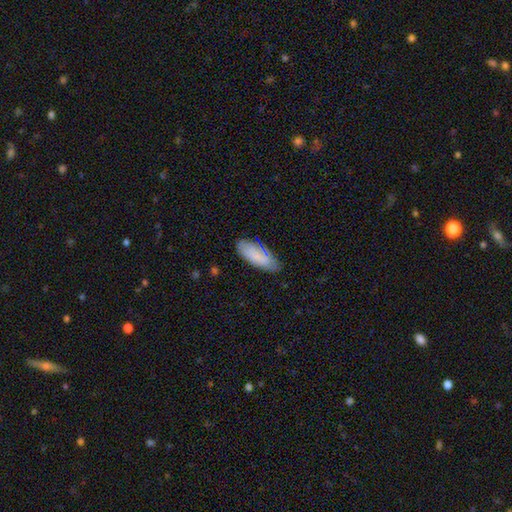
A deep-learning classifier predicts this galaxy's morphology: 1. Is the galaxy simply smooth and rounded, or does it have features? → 73% smooth, 20% featured or disk, 7% star or artifact.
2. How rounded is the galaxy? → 74% in between, 24% cigar-shaped, 2% round.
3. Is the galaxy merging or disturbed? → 70% none, 21% minor disturbance, 5% major disturbance, 3% merger.